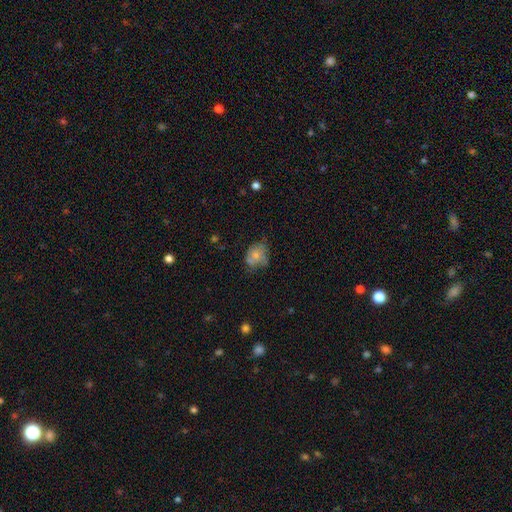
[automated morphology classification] A smooth galaxy with no disk features (58%) that is in between round and cigar-shaped (55%).

Vote fractions:
- Smooth or featured? smooth: 58% / featured or disk: 32% / star or artifact: 10%
- How rounded? in between: 55% / round: 44% / cigar-shaped: 1%
- Merging? none: 44% / minor disturbance: 34% / major disturbance: 16% / merger: 5%